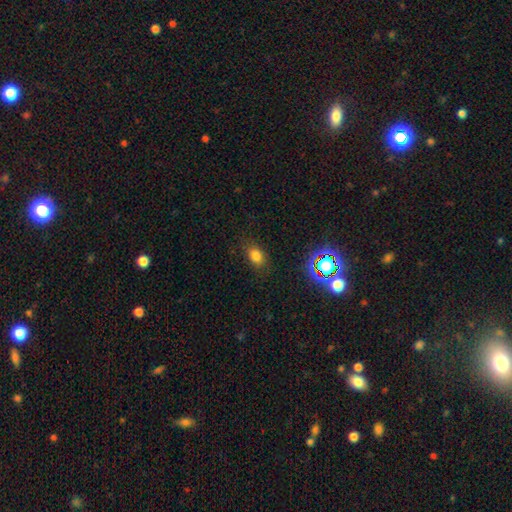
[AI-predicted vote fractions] A smooth galaxy with no disk features (76%) that is in between round and cigar-shaped (70%).

Vote fractions:
- Smooth or featured? smooth: 76% / star or artifact: 17% / featured or disk: 7%
- How rounded? in between: 70% / round: 29% / cigar-shaped: 2%
- Merging? none: 79% / minor disturbance: 15% / major disturbance: 5% / merger: 1%